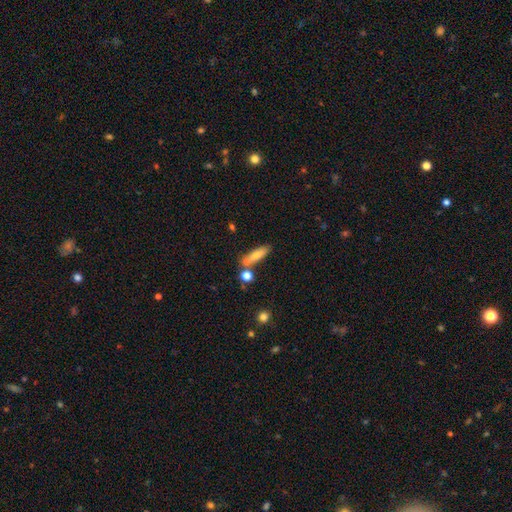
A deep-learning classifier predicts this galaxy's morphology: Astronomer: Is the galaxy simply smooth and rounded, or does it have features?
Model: smooth — 73%.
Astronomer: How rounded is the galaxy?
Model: cigar-shaped — 64%.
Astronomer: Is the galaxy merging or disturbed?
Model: none — 66%.